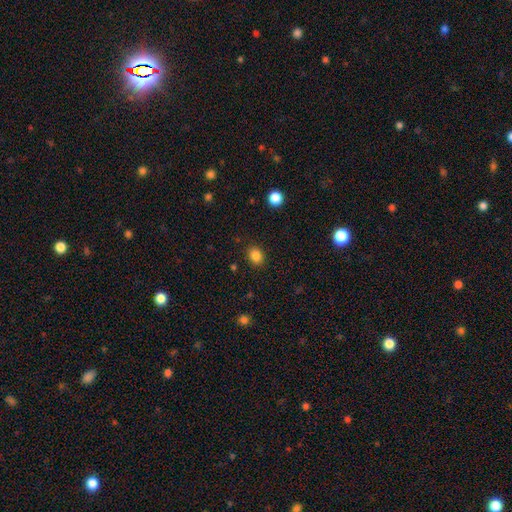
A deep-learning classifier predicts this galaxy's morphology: Smooth or featured? smooth (85%)
How rounded? round (53%)
Merging? none (88%)